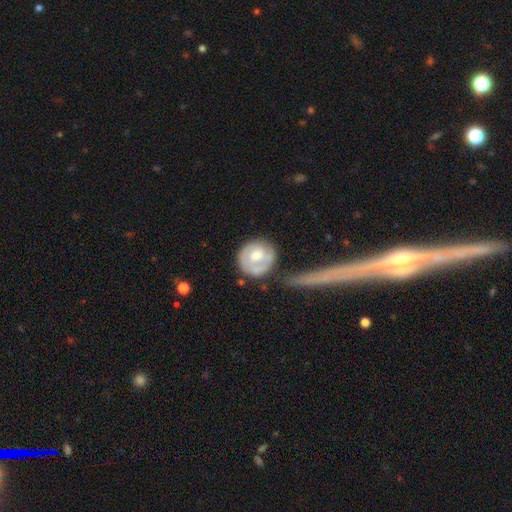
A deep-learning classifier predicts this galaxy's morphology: smooth 48%, featured or disk 47%, star or artifact 5%. Down the decision tree: merging — none (61%).